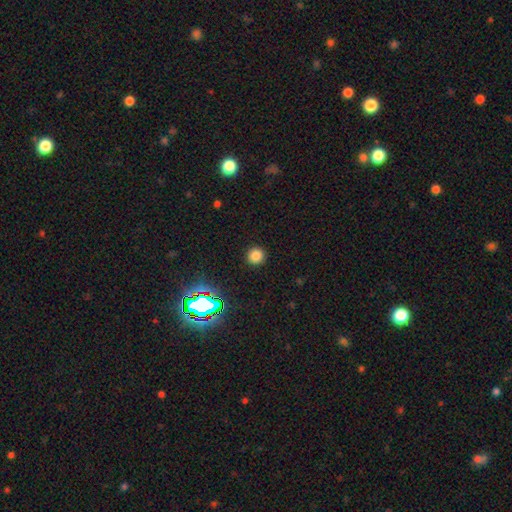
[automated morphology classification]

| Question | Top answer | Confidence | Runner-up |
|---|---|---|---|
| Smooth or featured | smooth | 79% | star or artifact (17%) |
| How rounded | round | 94% | in between (5%) |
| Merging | none | 92% | minor disturbance (5%) |